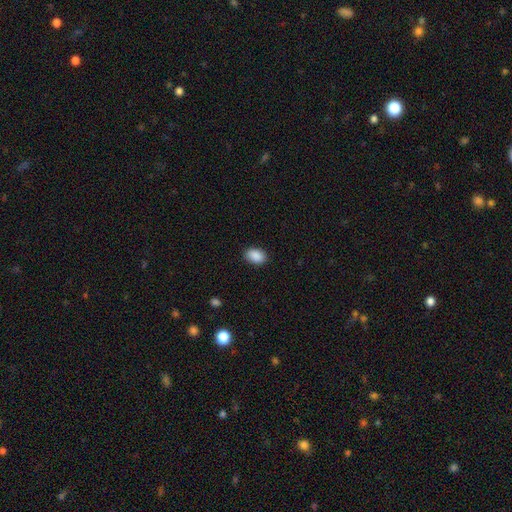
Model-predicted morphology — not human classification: smooth_or_featured: smooth (p=0.90) [alt: star or artifact p=0.07]
how_rounded: in between (p=0.84) [alt: round p=0.15]
merging: none (p=0.88) [alt: minor disturbance p=0.09]